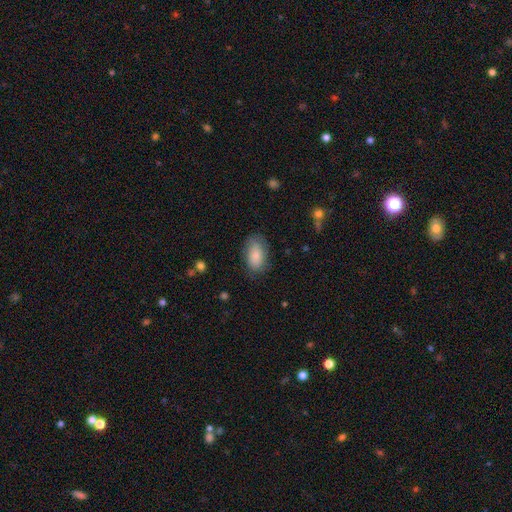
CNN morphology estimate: Smooth or featured: smooth — 82% (featured or disk — 11%)
How rounded: in between — 92% (round — 6%)
Merging: none — 73% (minor disturbance — 20%)